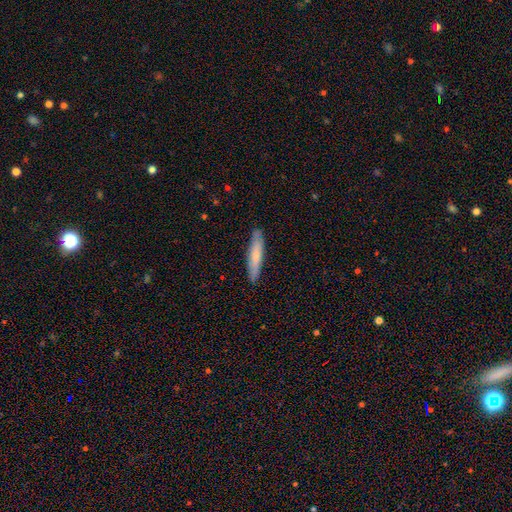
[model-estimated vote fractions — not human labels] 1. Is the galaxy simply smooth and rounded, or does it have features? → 66% smooth, 28% featured or disk, 5% star or artifact.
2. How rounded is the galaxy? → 86% cigar-shaped, 13% in between, 1% round.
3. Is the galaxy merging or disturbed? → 86% none, 11% minor disturbance, 2% major disturbance, 1% merger.